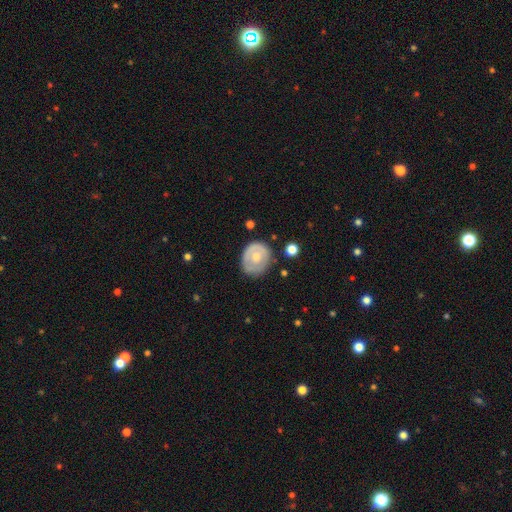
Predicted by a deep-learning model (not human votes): Smooth or featured?
  - smooth: 50% *
  - featured or disk: 44%
  - star or artifact: 6%
How rounded?
  - round: 67% *
  - in between: 32%
  - cigar-shaped: 1%
Merging?
  - none: 70% *
  - minor disturbance: 21%
  - major disturbance: 7%
  - merger: 2%